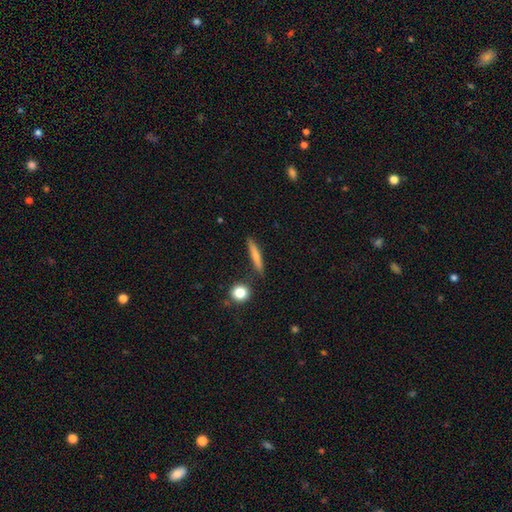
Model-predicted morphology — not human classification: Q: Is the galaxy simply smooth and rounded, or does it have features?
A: smooth — 69%.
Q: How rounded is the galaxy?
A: cigar-shaped — 88%.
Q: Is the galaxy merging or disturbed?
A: none — 84%.